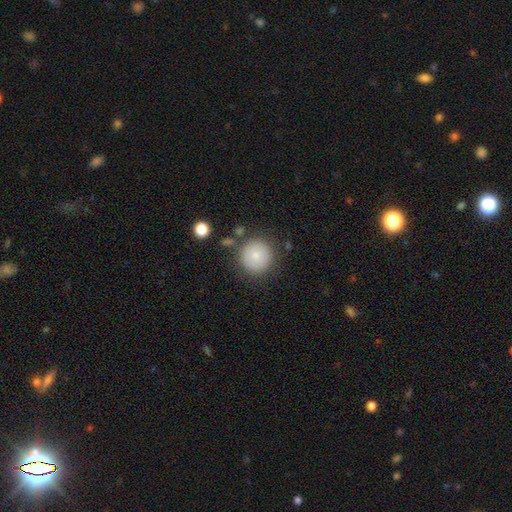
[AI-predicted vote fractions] A smooth galaxy with no disk features (82%) that is round (95%).

Vote fractions:
- Smooth or featured? smooth: 82% / featured or disk: 10% / star or artifact: 8%
- How rounded? round: 95% / in between: 4% / cigar-shaped: 1%
- Merging? none: 84% / minor disturbance: 9% / major disturbance: 3% / merger: 3%